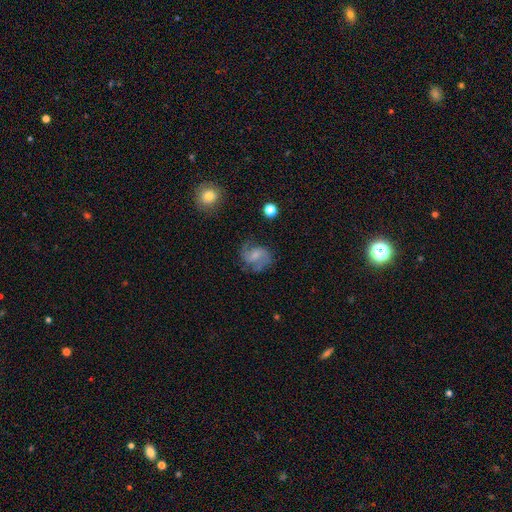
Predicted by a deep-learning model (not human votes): The model was most divided on "spiral winding": medium: 50%, loose: 34%, tight: 16%. Remaining: edge-on disk — no (98%); spiral arms — yes (91%); spiral arm count — 2 (81%); smooth or featured — featured or disk (68%); merging — none (63%); bar — weak (53%); bulge size — small (46%).